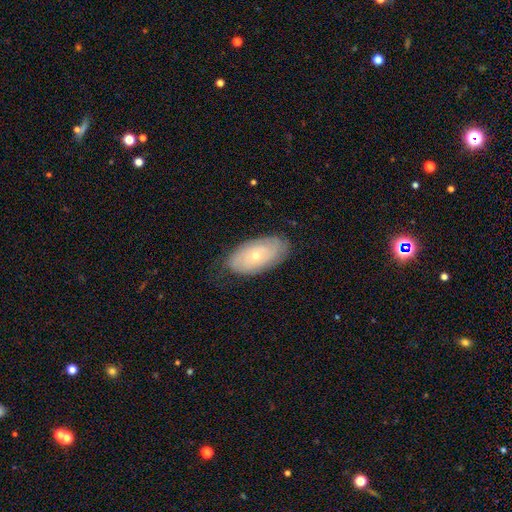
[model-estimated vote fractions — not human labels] Smooth or featured? featured or disk (50%)
Edge-on disk? no (90%)
Merging? none (77%)